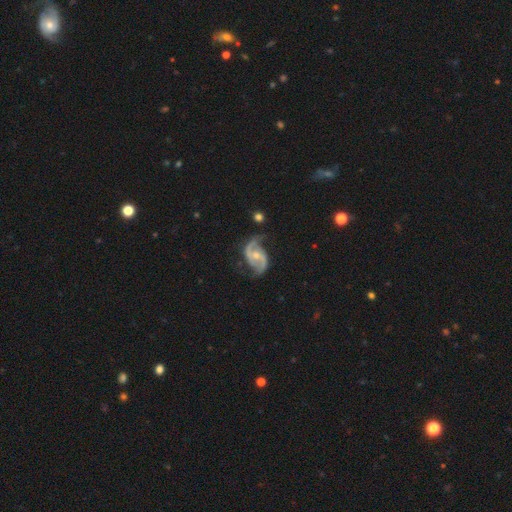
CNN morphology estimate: Overall: featured or disk (90%). Edge-on disk: no (98%). Bar: no (43%; weak 40%). Spiral arms: yes (97%). Spiral arm count: 2 (93%). Spiral winding: loose (47%; medium 42%). Bulge size: small (49%; moderate 47%). Merging: none (65%).